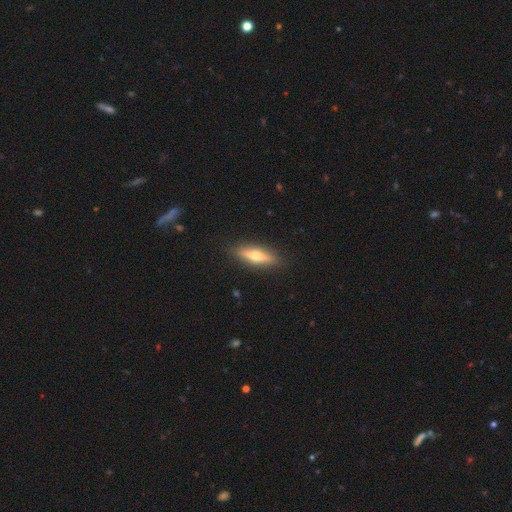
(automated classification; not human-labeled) Smooth or featured? featured or disk (52%)
Edge-on disk? yes (91%)
Merging? none (89%)